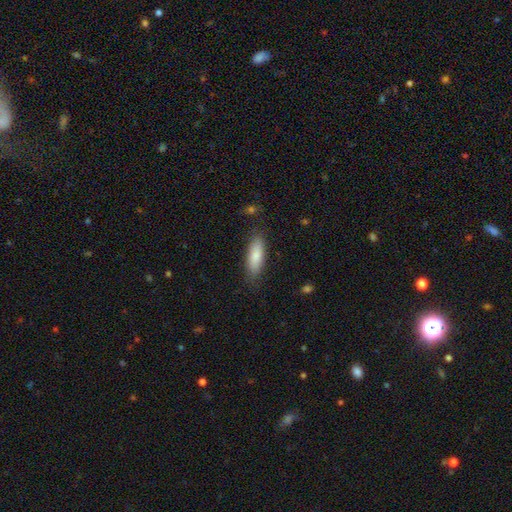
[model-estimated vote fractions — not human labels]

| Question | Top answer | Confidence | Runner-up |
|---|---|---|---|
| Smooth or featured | smooth | 82% | featured or disk (12%) |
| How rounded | in between | 56% | cigar-shaped (42%) |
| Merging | none | 82% | minor disturbance (13%) |